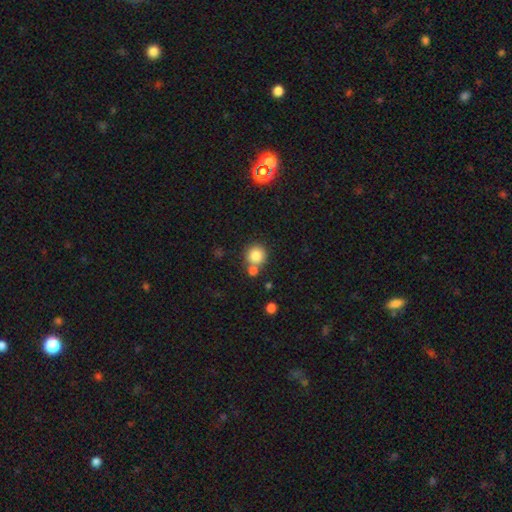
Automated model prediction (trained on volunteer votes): Morphology: type=smooth (83%); roundness=round (92%); merging=none (66%).